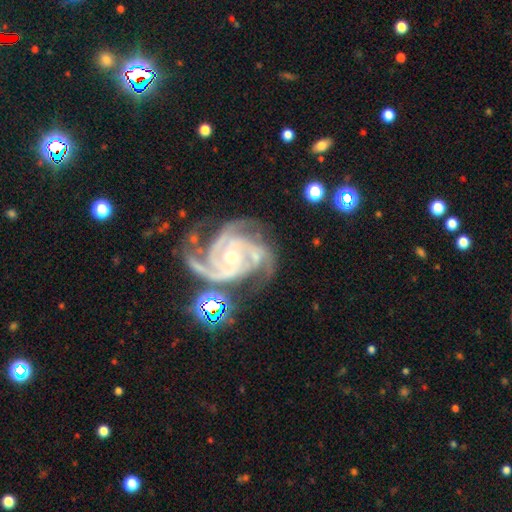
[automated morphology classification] Smooth or featured: featured or disk — 92% (star or artifact — 5%)
Edge-on disk: no — 98% (yes — 2%)
Bar: no — 65% (weak — 25%)
Spiral arms: yes — 99% (no — 1%)
Spiral winding: tight — 54% (medium — 40%)
Spiral arm count: 3 — 61% (4 — 15%)
Bulge size: moderate — 57% (small — 39%)
Merging: none — 55% (minor disturbance — 22%)